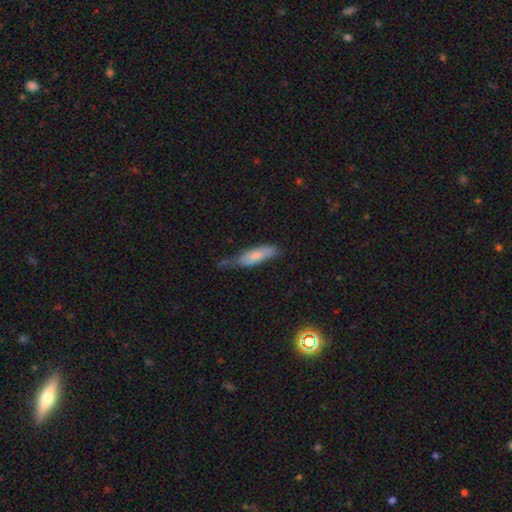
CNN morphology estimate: A smooth galaxy with no disk features (70%) that is cigar-shaped (59%). Merging: none (43%).